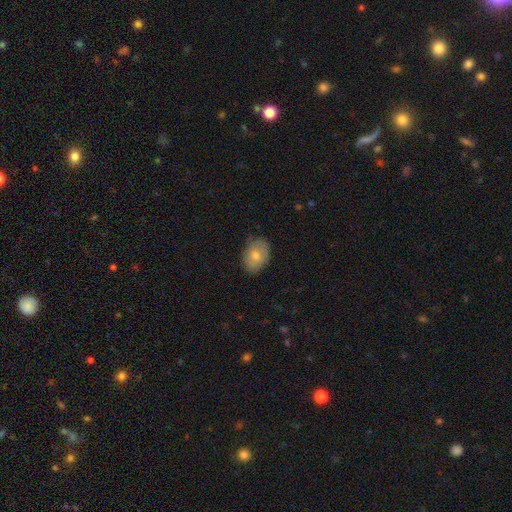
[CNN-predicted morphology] smooth_or_featured: smooth (p=0.68) [alt: featured or disk p=0.23]
how_rounded: in between (p=0.77) [alt: round p=0.21]
merging: none (p=0.82) [alt: minor disturbance p=0.14]